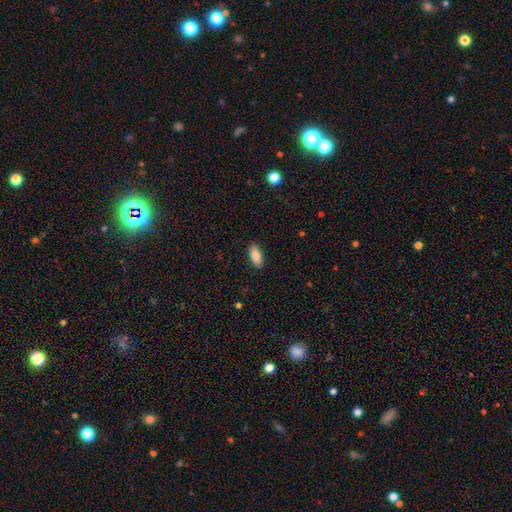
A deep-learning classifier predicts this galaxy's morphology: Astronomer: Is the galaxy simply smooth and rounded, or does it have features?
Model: smooth — 88%.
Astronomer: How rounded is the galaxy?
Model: in between — 87%.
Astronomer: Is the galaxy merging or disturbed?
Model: none — 89%.